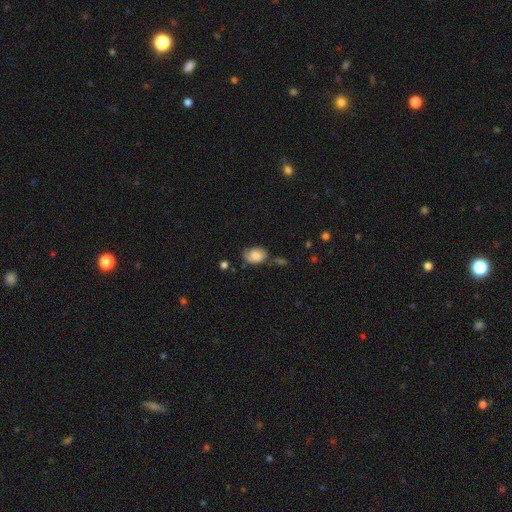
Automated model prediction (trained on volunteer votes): Morphology: type=smooth (74%); roundness=in between (79%); merging=none (49%).